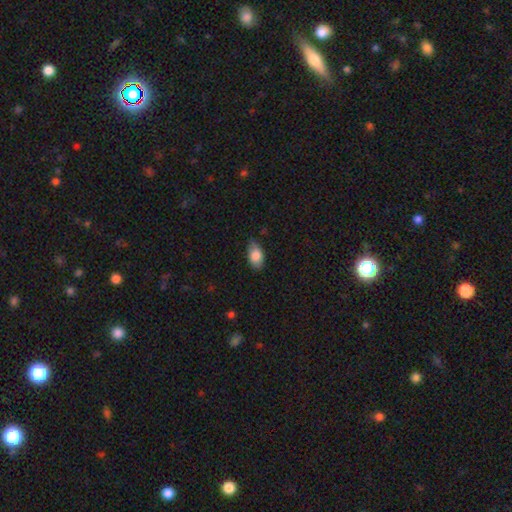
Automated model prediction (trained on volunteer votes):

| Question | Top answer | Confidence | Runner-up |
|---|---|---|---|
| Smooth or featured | smooth | 83% | featured or disk (10%) |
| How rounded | in between | 91% | round (6%) |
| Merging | none | 75% | minor disturbance (20%) |